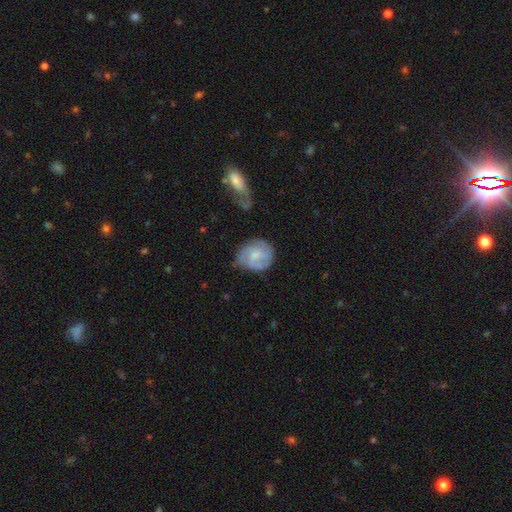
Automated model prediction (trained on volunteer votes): smooth-or-featured: featured or disk: 57% | smooth: 36% | star or artifact: 7%
  disk-edge-on: no: 97% | yes: 3%
    bar: no: 54% | weak: 40% | strong: 6%
    has-spiral-arms: yes: 80% | no: 20%
    bulge-size: small: 44% | moderate: 31% | none: 21% | large: 3% | dominant: 1%
  merging: none: 58% | minor disturbance: 27% | major disturbance: 12% | merger: 3%